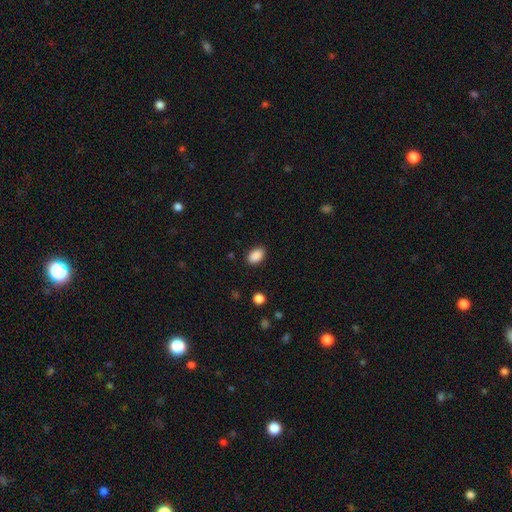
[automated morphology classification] type=smooth (89%); roundness=in between (89%); merging=none (87%).